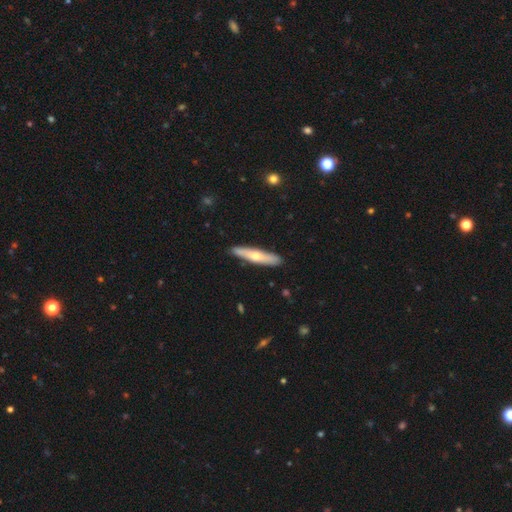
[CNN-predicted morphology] Smooth or featured: smooth — 49% (featured or disk — 46%)
Merging: none — 89% (minor disturbance — 8%)